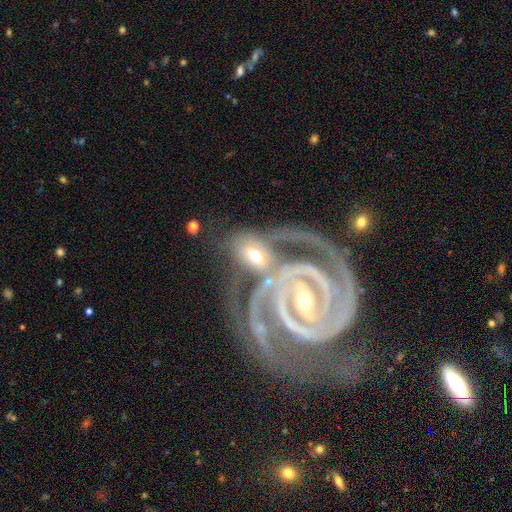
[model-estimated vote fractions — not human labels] A featured or disk galaxy (65%) with no bar (40%), spiral arms (78%) and a moderate central bulge (54%).

Vote fractions:
- Smooth or featured? featured or disk: 65% / smooth: 28% / star or artifact: 8%
- Edge-on disk? no: 92% / yes: 8%
- Bar? no: 40% / weak: 31% / strong: 29%
- Spiral arms? yes: 78% / no: 22%
- Bulge size? moderate: 54% / small: 32% / large: 9% / none: 3% / dominant: 2%
- Merging? merger: 54% / none: 20% / major disturbance: 15% / minor disturbance: 11%